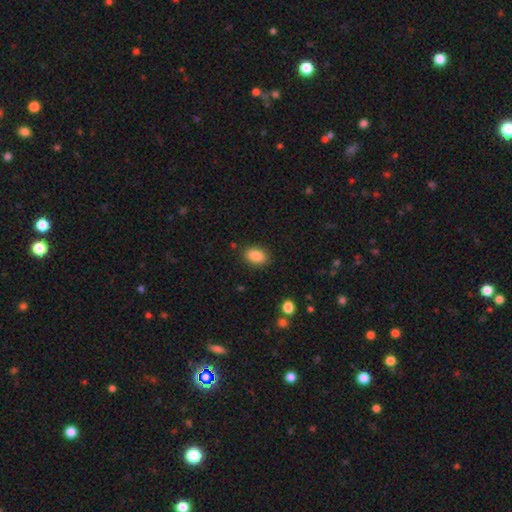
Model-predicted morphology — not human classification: Smooth or featured? Predicted: smooth (p=0.88). How rounded? Predicted: in between (p=0.88). Merging? Predicted: none (p=0.86).